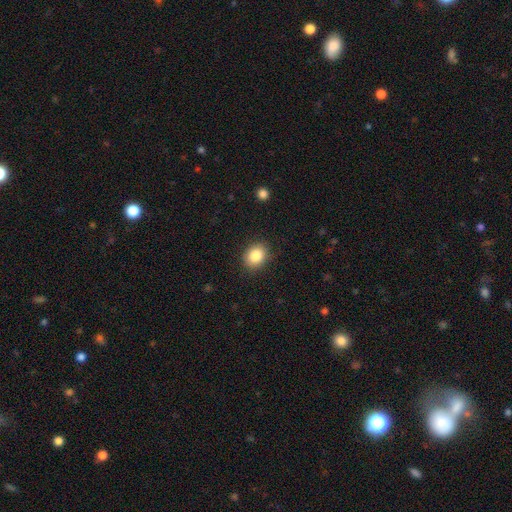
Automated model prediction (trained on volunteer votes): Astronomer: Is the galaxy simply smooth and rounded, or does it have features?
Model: smooth — 85%.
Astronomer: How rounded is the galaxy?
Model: in between — 50% (runner-up: round, 49%).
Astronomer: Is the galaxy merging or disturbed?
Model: none — 87%.